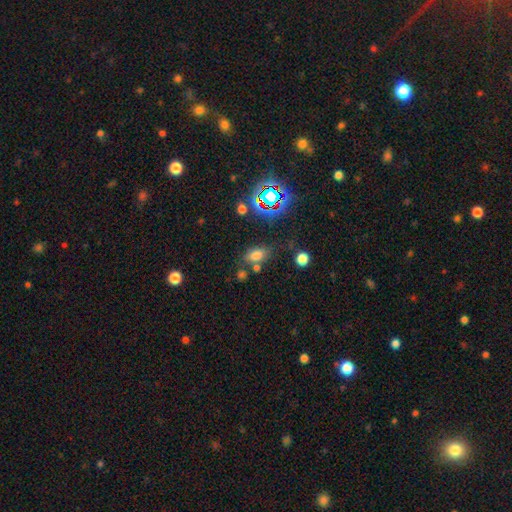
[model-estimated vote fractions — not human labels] Morphology: type=smooth (68%); roundness=in between (82%); merging=none (67%).